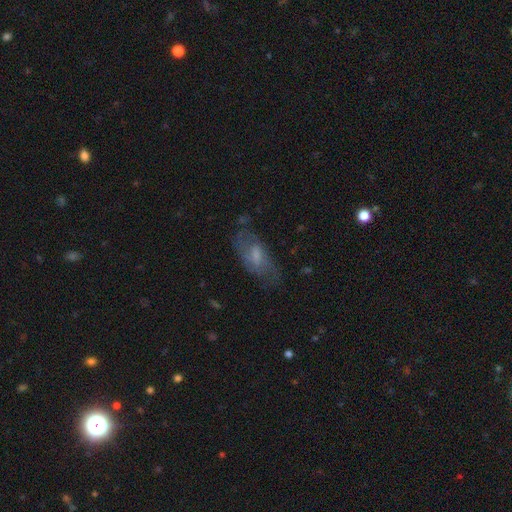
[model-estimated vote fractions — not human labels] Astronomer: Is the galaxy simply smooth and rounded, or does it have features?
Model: featured or disk — 52% (runner-up: smooth, 39%).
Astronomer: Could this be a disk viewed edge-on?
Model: no — 89%.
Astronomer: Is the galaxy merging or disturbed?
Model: none — 62%.